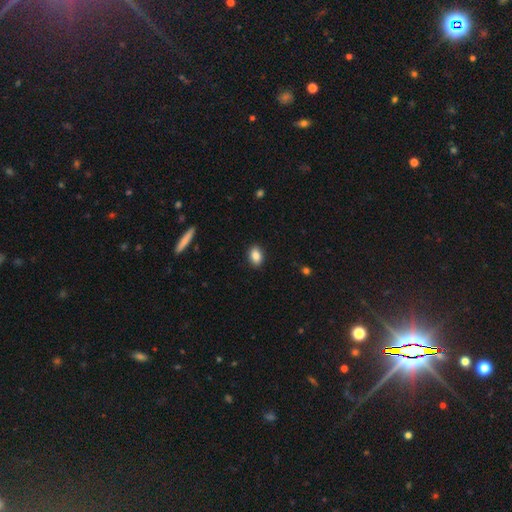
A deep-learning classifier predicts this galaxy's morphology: This is clearly a smooth galaxy (87%). How rounded: clearly in between (85%). Merging: clearly none (89%).